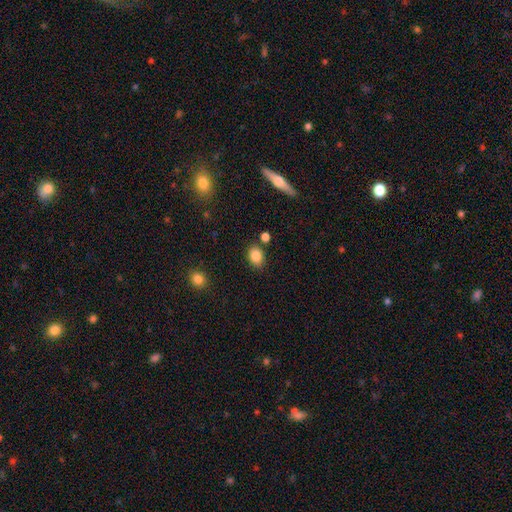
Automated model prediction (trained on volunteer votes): The model was most divided on "how rounded": in between: 68%, round: 31%, cigar-shaped: 1%. More confident: smooth or featured — smooth (85%); merging — none (79%).